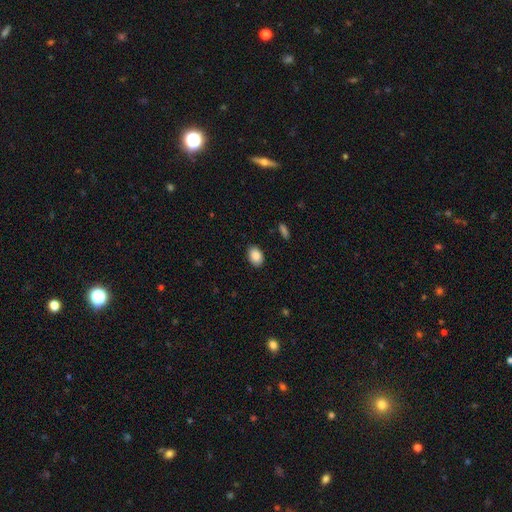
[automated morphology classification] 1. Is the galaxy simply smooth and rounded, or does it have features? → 88% smooth, 7% star or artifact, 4% featured or disk.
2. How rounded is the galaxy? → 85% in between, 14% round, 1% cigar-shaped.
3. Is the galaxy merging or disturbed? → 89% none, 8% minor disturbance, 2% major disturbance, 1% merger.